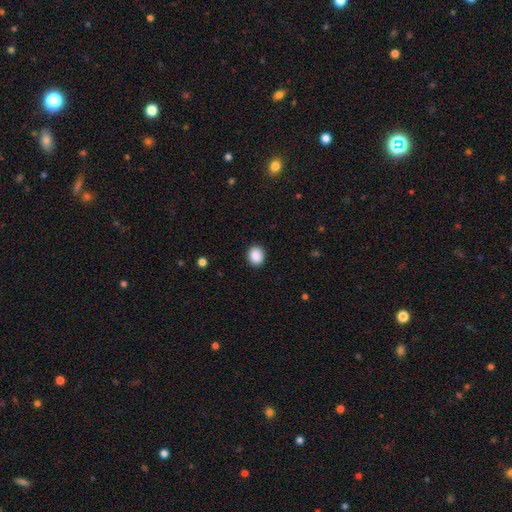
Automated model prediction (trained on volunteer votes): smooth-or-featured: smooth: 89% | star or artifact: 8% | featured or disk: 3%
  how-rounded: round: 63% | in between: 36% | cigar-shaped: 1%
  merging: none: 91% | minor disturbance: 6% | major disturbance: 2% | merger: 1%